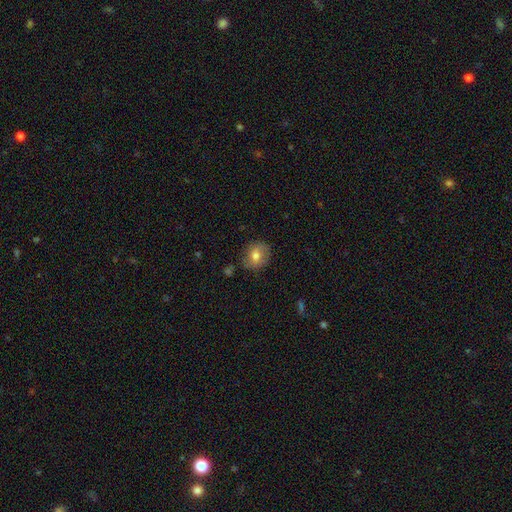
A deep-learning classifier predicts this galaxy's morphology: A smooth galaxy with no disk features (73%) that is round (72%). Merging: none (79%).